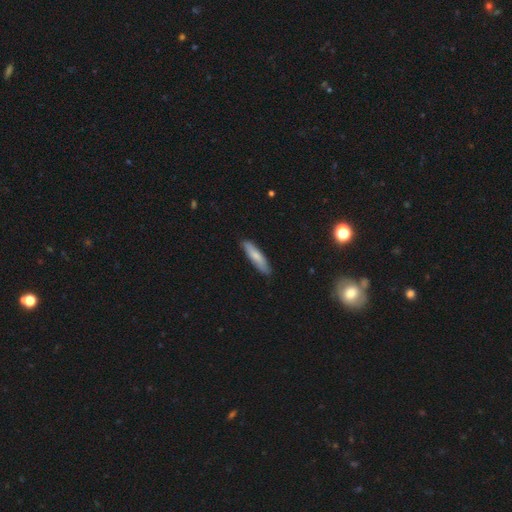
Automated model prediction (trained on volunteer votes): smooth_or_featured: smooth (p=0.75) [alt: featured or disk p=0.20]
how_rounded: cigar-shaped (p=0.76) [alt: in between p=0.22]
merging: none (p=0.85) [alt: minor disturbance p=0.12]